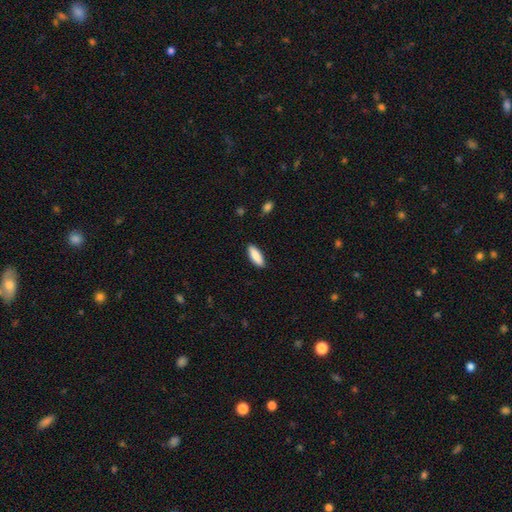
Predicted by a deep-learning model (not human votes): A smooth galaxy with no disk features (88%) that is in between round and cigar-shaped (56%).

Vote fractions:
- Smooth or featured? smooth: 88% / featured or disk: 6% / star or artifact: 6%
- How rounded? in between: 56% / cigar-shaped: 43% / round: 2%
- Merging? none: 88% / minor disturbance: 9% / major disturbance: 2% / merger: 1%